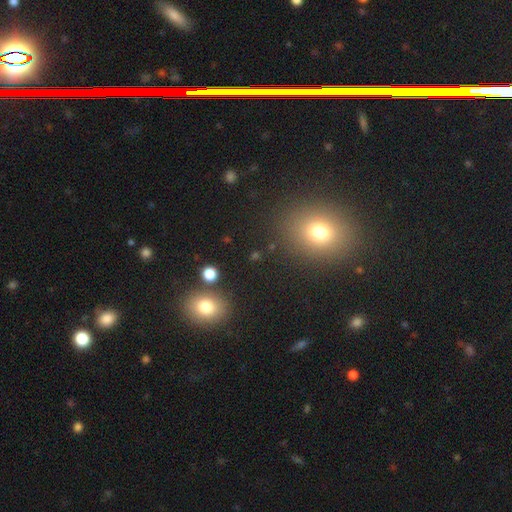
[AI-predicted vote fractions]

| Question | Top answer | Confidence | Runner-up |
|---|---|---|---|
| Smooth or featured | smooth | 61% | star or artifact (28%) |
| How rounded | round | 65% | in between (32%) |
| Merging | none | 82% | minor disturbance (8%) |